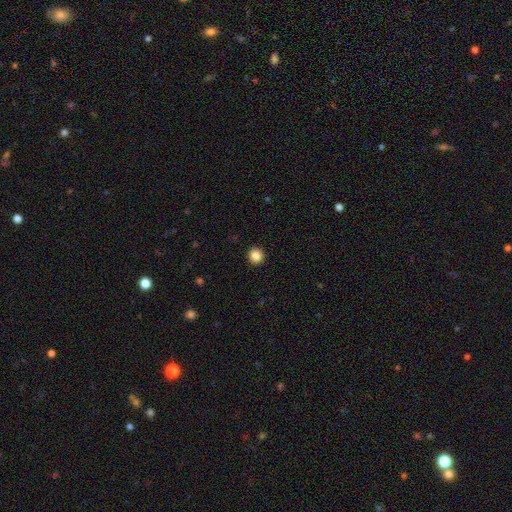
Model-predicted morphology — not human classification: Smooth or featured: smooth — 85% (star or artifact — 10%)
How rounded: round — 93% (in between — 6%)
Merging: none — 94% (minor disturbance — 4%)